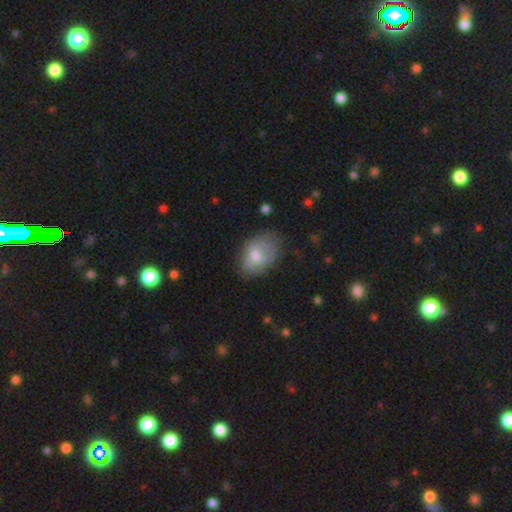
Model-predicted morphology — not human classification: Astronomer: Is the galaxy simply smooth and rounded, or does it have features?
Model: smooth — 65%.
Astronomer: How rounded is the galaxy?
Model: in between — 85%.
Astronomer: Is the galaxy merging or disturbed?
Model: none — 56%.